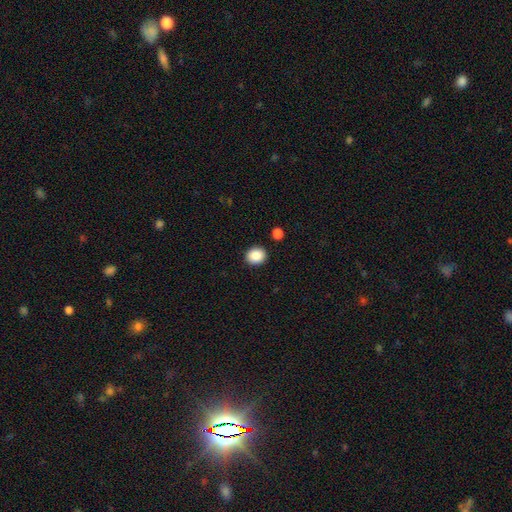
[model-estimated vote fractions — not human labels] smooth-or-featured: smooth: 88% | star or artifact: 8% | featured or disk: 4%
  how-rounded: round: 70% | in between: 29% | cigar-shaped: 1%
  merging: none: 89% | minor disturbance: 7% | merger: 2% | major disturbance: 2%